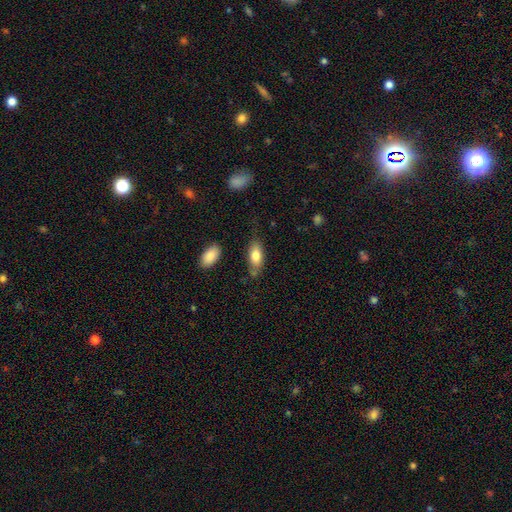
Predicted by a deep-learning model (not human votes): The model was most divided on "merging": none: 67%, minor disturbance: 22%, merger: 6%, major disturbance: 5%. More confident: how rounded — in between (85%); smooth or featured — smooth (78%).